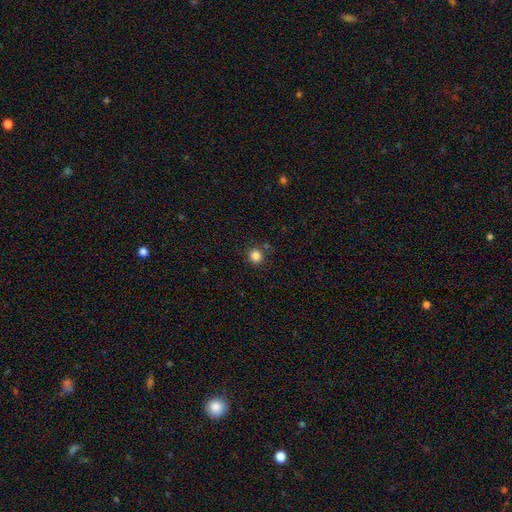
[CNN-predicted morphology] smooth_or_featured: smooth (p=0.84) [alt: star or artifact p=0.12]
how_rounded: round (p=0.93) [alt: in between p=0.06]
merging: none (p=0.83) [alt: minor disturbance p=0.09]